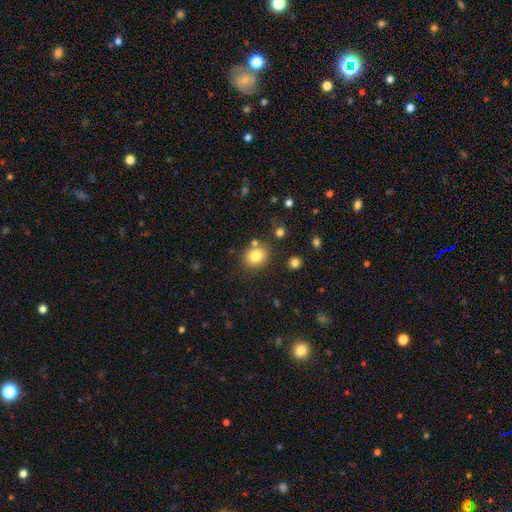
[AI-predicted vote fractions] smooth-or-featured: smooth: 81% | star or artifact: 11% | featured or disk: 8%
  how-rounded: round: 59% | in between: 40% | cigar-shaped: 1%
  merging: none: 79% | minor disturbance: 11% | merger: 7% | major disturbance: 3%